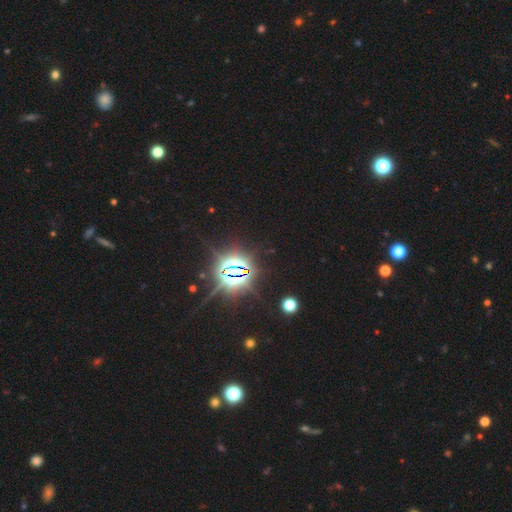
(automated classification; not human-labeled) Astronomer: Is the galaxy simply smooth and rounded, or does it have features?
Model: star or artifact — 85%.